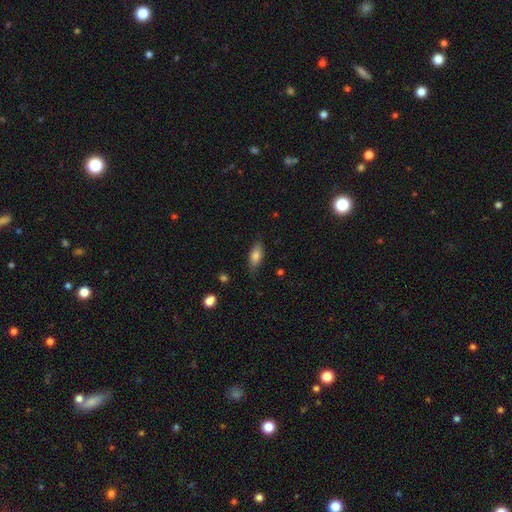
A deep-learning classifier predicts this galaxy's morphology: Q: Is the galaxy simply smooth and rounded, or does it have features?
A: smooth — 80%.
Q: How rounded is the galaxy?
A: in between — 82%.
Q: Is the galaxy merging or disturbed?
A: none — 80%.